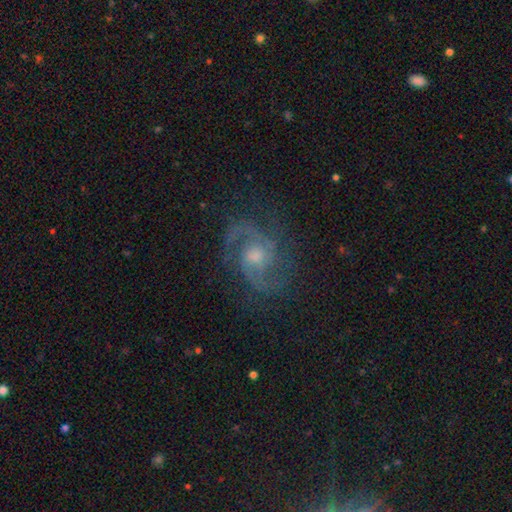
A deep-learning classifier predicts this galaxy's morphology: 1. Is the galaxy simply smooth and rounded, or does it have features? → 86% featured or disk, 9% star or artifact, 5% smooth.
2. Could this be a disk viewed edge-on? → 98% no, 2% yes.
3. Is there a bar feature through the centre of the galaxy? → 58% no, 35% weak, 7% strong.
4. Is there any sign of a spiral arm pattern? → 98% yes, 2% no.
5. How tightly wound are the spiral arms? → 58% medium, 28% tight, 15% loose.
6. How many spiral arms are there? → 83% 2, 6% 3, 5% can't tell, 2% 1, 2% 4, 2% more than 4.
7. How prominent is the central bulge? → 55% moderate, 34% small, 6% large, 3% none, 1% dominant.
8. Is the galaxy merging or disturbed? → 81% none, 13% minor disturbance, 6% major disturbance, 1% merger.